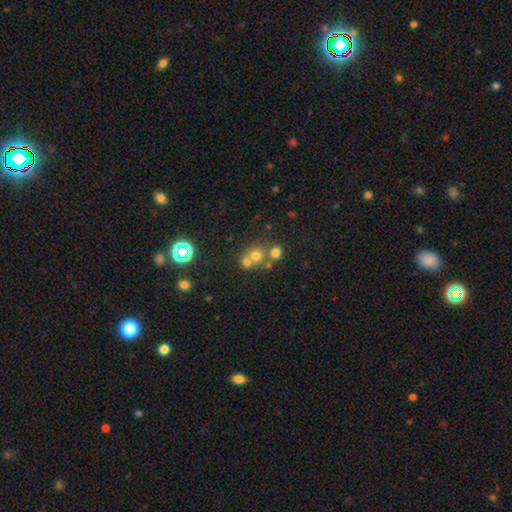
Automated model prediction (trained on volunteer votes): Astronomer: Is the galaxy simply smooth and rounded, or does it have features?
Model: smooth — 64%.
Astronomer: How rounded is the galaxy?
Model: round — 86%.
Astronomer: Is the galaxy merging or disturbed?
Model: none — 47% (runner-up: merger, 44%).